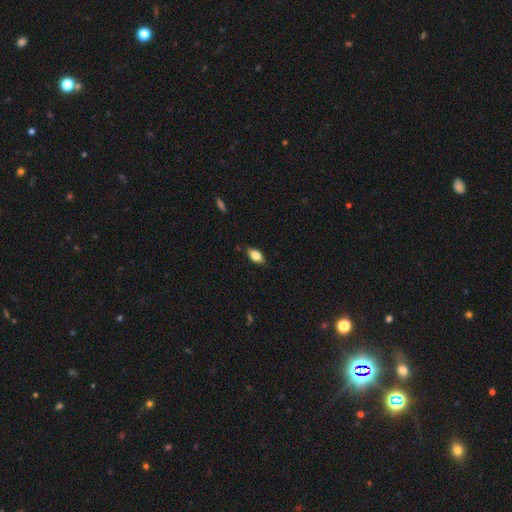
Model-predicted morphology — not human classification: Smooth or featured? Predicted: smooth (p=0.74). How rounded? Predicted: in between (p=0.87). Merging? Predicted: none (p=0.85).